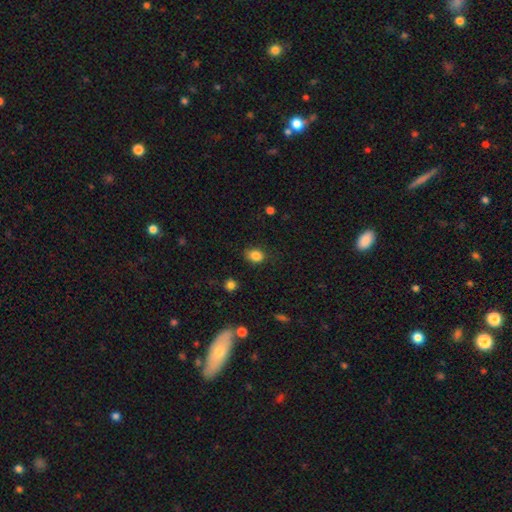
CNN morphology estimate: Q: Smooth or featured?
A: smooth (85%); runner-up: star or artifact (11%)
Q: How rounded?
A: in between (55%); runner-up: round (44%)
Q: Merging?
A: none (79%); runner-up: minor disturbance (16%)